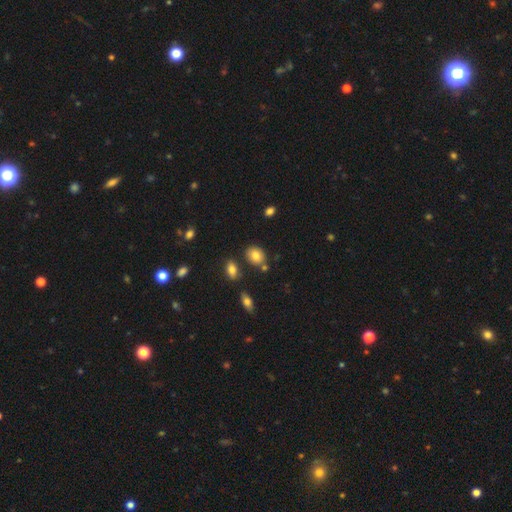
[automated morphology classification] Smooth or featured: smooth — 82% (featured or disk — 9%)
How rounded: in between — 64% (round — 35%)
Merging: none — 75% (minor disturbance — 13%)